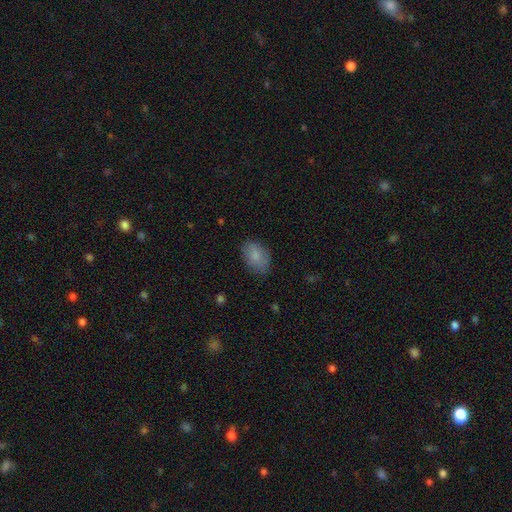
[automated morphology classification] Overall: smooth (82%). How rounded: in between (86%). Merging: none (77%).